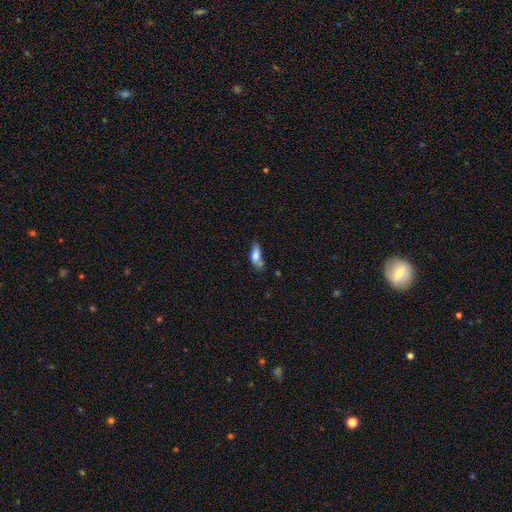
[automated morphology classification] Overall: smooth (73%). How rounded: in between (75%). Merging: none (41%; minor disturbance 32%).